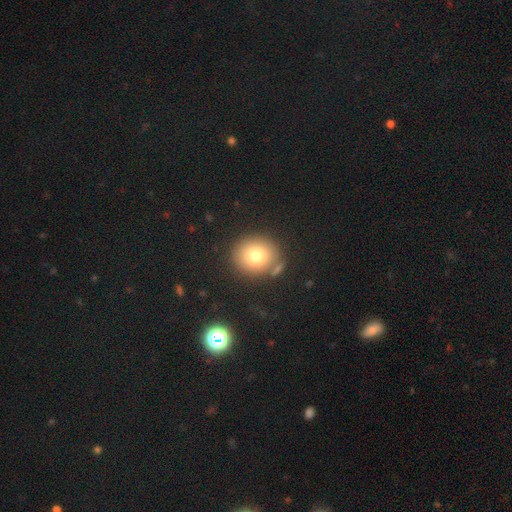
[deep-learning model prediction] smooth-or-featured: smooth: 77% | star or artifact: 12% | featured or disk: 11%
  how-rounded: round: 79% | in between: 20% | cigar-shaped: 1%
  merging: none: 78% | minor disturbance: 10% | merger: 8% | major disturbance: 3%